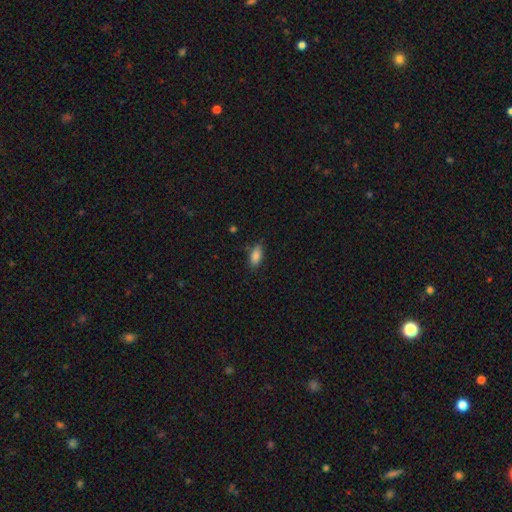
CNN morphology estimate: A smooth galaxy with no disk features (84%) that is in between round and cigar-shaped (84%).

Vote fractions:
- Smooth or featured? smooth: 84% / featured or disk: 8% / star or artifact: 8%
- How rounded? in between: 84% / cigar-shaped: 13% / round: 3%
- Merging? none: 79% / minor disturbance: 17% / major disturbance: 3% / merger: 2%